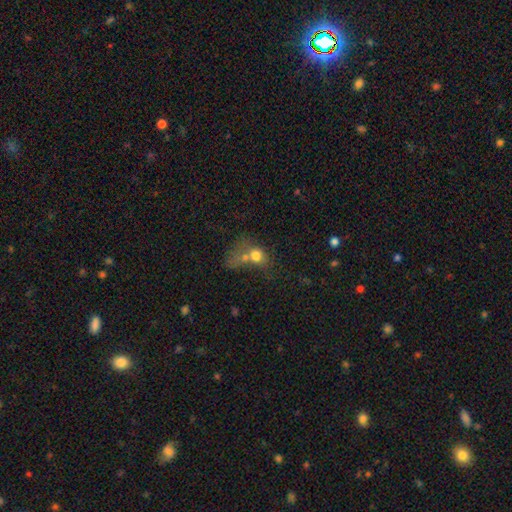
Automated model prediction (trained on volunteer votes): Morphology: type=smooth (70%); roundness=round (54%); merging=merger (58%).